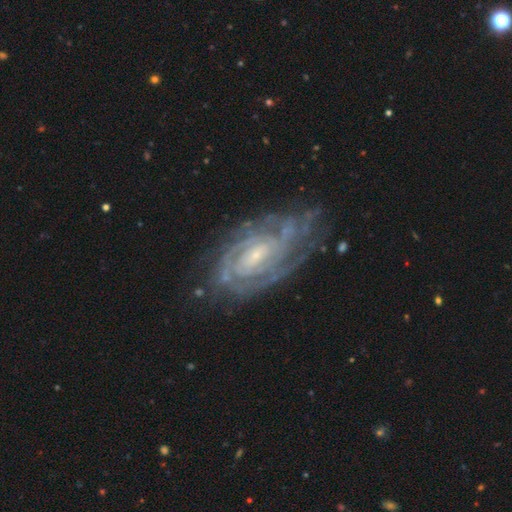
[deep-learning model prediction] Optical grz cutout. It shows a featured or disk galaxy (87%) with a weak bar (45%), tight (71%) spiral arms (95%) and a small central bulge (62%). Merging: none (70%).